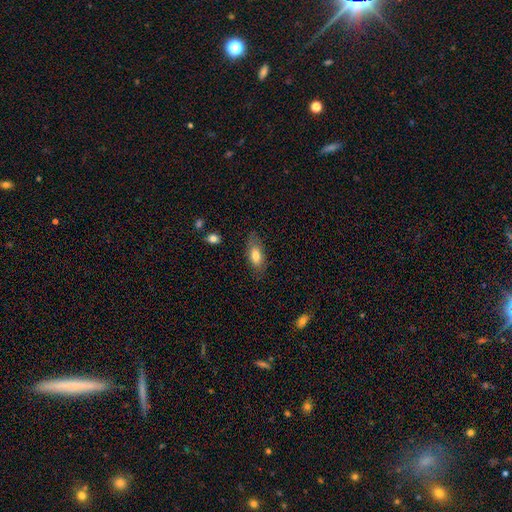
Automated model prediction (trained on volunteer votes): smooth_or_featured: smooth (p=0.76) [alt: featured or disk p=0.17]
how_rounded: in between (p=0.82) [alt: cigar-shaped p=0.15]
merging: none (p=0.78) [alt: minor disturbance p=0.16]